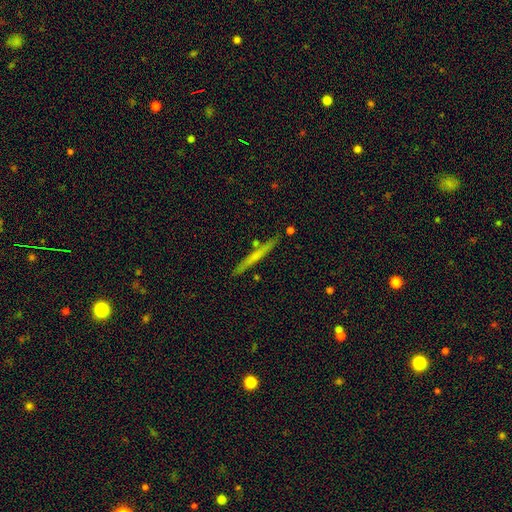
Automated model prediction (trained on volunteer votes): Overall: smooth (48%; featured or disk 45%). Merging: none (86%).